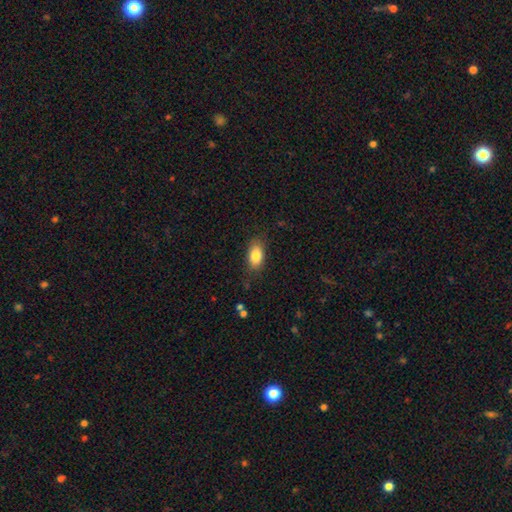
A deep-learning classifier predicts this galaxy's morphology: smooth_or_featured: smooth (p=0.84) [alt: featured or disk p=0.08]
how_rounded: in between (p=0.89) [alt: round p=0.08]
merging: none (p=0.81) [alt: minor disturbance p=0.14]